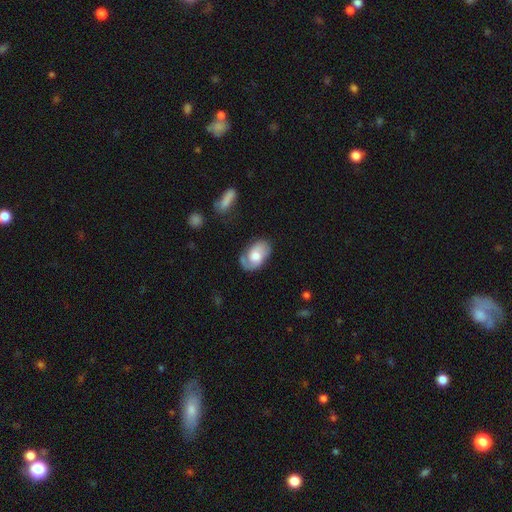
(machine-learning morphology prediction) featured or disk 57%, smooth 37%, star or artifact 6%. Down the decision tree: edge-on disk — no (95%); bar — no (70%); spiral arms — yes (82%); bulge size — moderate (61%); merging — none (61%).